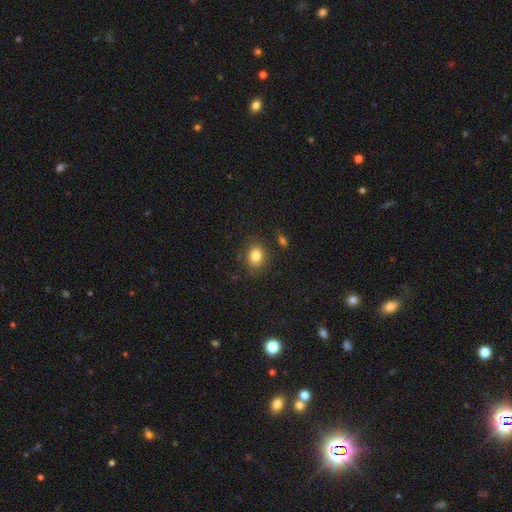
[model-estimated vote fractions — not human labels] This is clearly a smooth galaxy (83%). How rounded: possibly in between (50%). Merging: clearly none (83%).